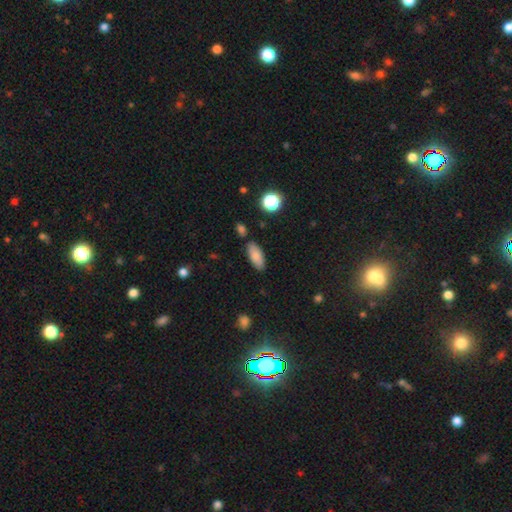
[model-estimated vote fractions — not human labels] Smooth or featured? Predicted: smooth (p=0.84). How rounded? Predicted: in between (p=0.83). Merging? Predicted: none (p=0.83).